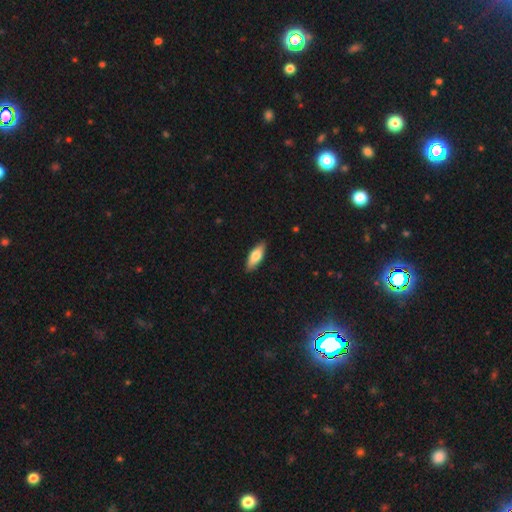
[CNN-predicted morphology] Smooth or featured? smooth (74%)
How rounded? in between (67%)
Merging? none (88%)